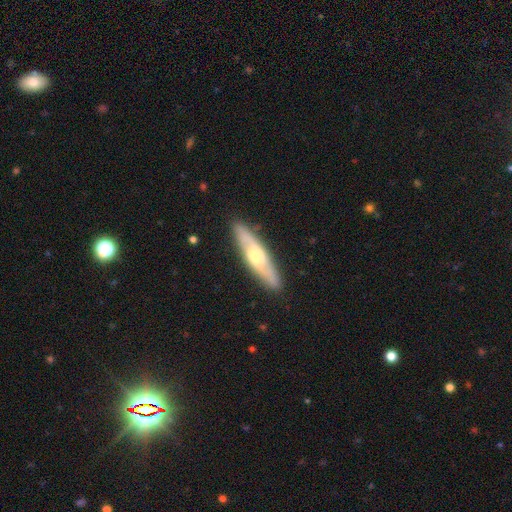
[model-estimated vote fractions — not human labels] Smooth or featured? featured or disk (55%)
Edge-on disk? yes (65%)
Merging? none (88%)